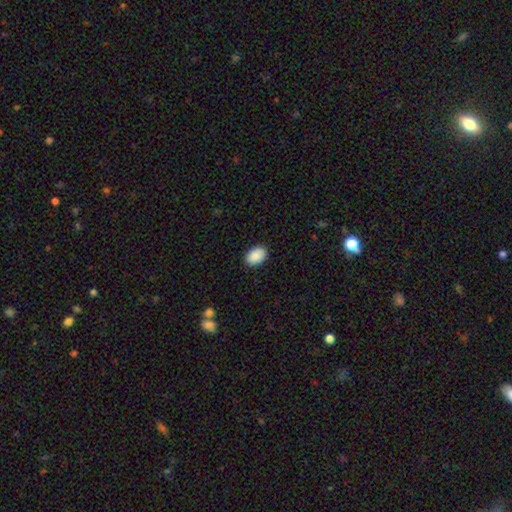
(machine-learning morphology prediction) smooth_or_featured: smooth (p=0.90) [alt: star or artifact p=0.07]
how_rounded: in between (p=0.86) [alt: round p=0.13]
merging: none (p=0.89) [alt: minor disturbance p=0.08]